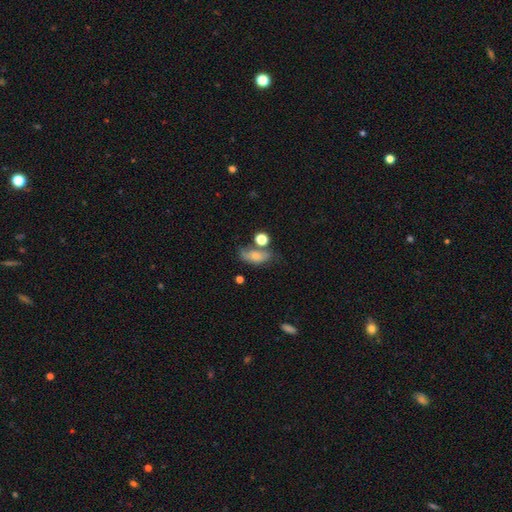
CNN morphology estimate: Overall: smooth (66%). How rounded: in between (82%). Merging: none (43%; minor disturbance 26%).